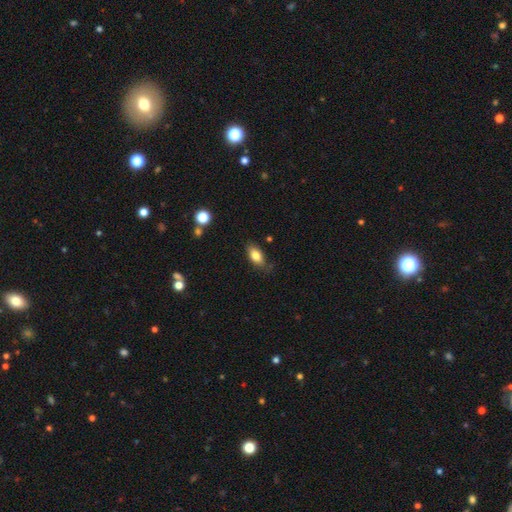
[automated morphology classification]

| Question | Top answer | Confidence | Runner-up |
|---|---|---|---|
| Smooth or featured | smooth | 82% | featured or disk (11%) |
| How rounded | in between | 87% | cigar-shaped (7%) |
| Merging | none | 73% | minor disturbance (20%) |